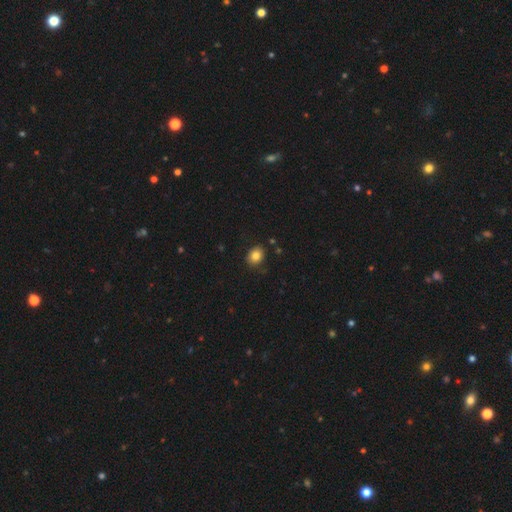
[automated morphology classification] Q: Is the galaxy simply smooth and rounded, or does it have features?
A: smooth — 83%.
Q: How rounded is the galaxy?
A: round — 50%.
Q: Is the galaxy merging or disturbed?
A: none — 83%.